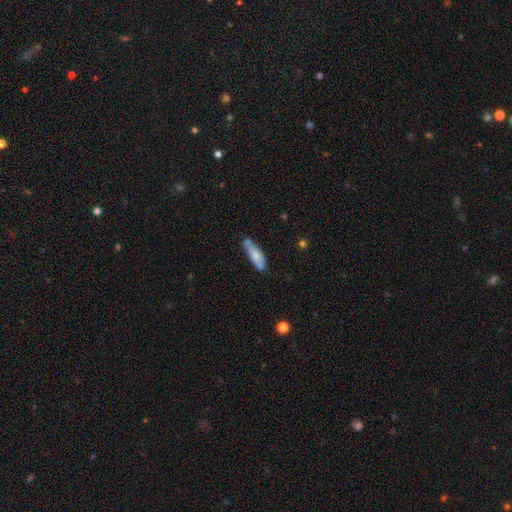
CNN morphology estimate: smooth-or-featured: smooth: 72% | featured or disk: 22% | star or artifact: 6%
  how-rounded: cigar-shaped: 58% | in between: 40% | round: 2%
  merging: none: 54% | minor disturbance: 29% | merger: 10% | major disturbance: 7%